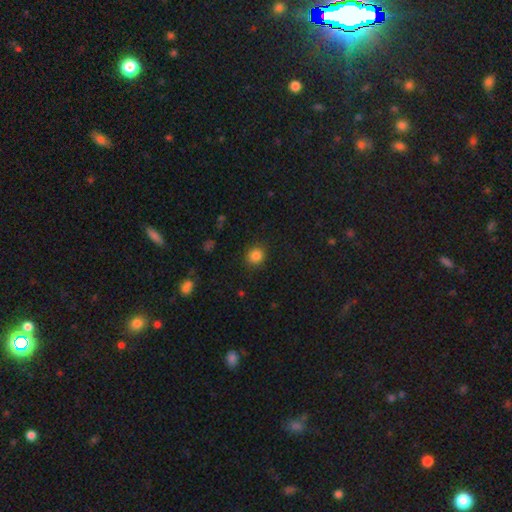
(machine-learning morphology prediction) Smooth or featured: smooth — 85% (star or artifact — 11%)
How rounded: round — 84% (in between — 15%)
Merging: none — 87% (minor disturbance — 9%)